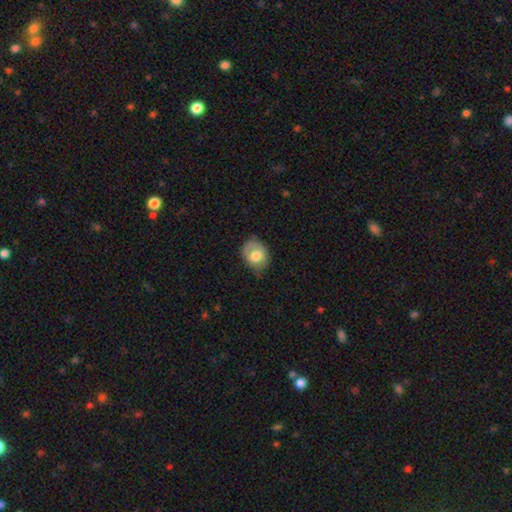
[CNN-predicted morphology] Smooth or featured?
  - smooth: 70% *
  - featured or disk: 22%
  - star or artifact: 7%
How rounded?
  - round: 54% *
  - in between: 45%
  - cigar-shaped: 1%
Merging?
  - none: 56% *
  - minor disturbance: 33%
  - major disturbance: 10%
  - merger: 2%